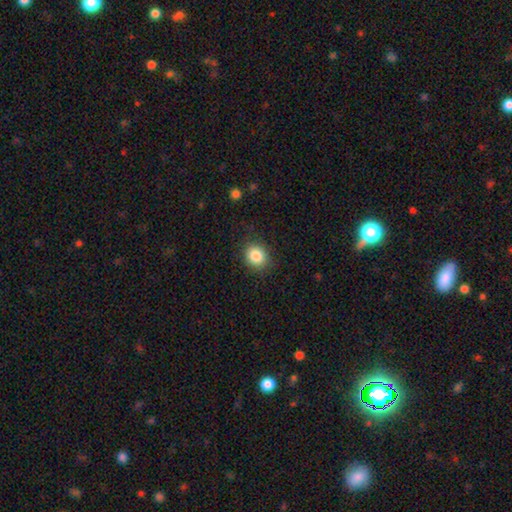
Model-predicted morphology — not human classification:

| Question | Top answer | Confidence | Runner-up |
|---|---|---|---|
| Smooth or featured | smooth | 85% | star or artifact (10%) |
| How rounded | round | 71% | in between (29%) |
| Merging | none | 85% | minor disturbance (11%) |